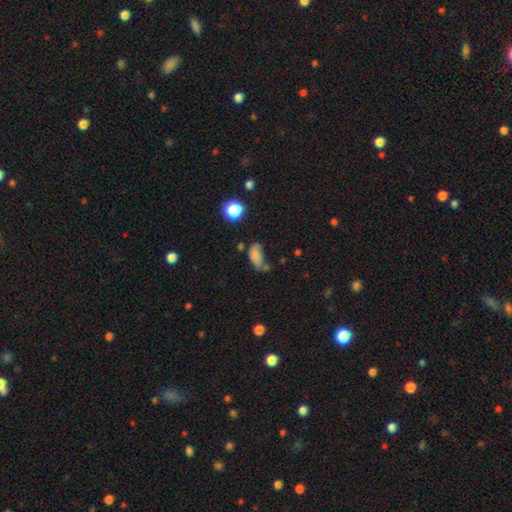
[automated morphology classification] smooth_or_featured: smooth (p=0.79) [alt: star or artifact p=0.13]
how_rounded: in between (p=0.86) [alt: cigar-shaped p=0.07]
merging: none (p=0.44) [alt: minor disturbance p=0.28]